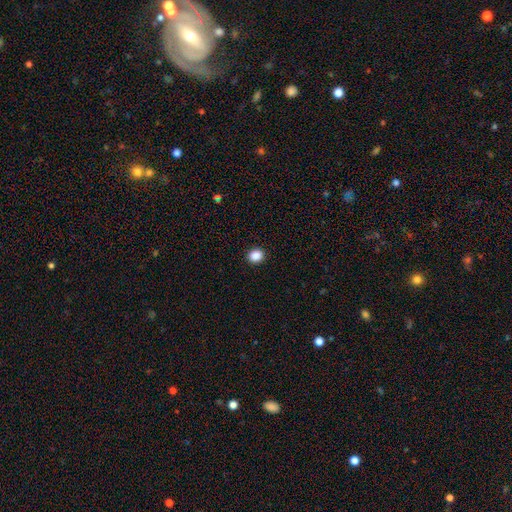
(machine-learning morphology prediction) A smooth galaxy with no disk features (88%) that is round (74%). Merging: none (92%).